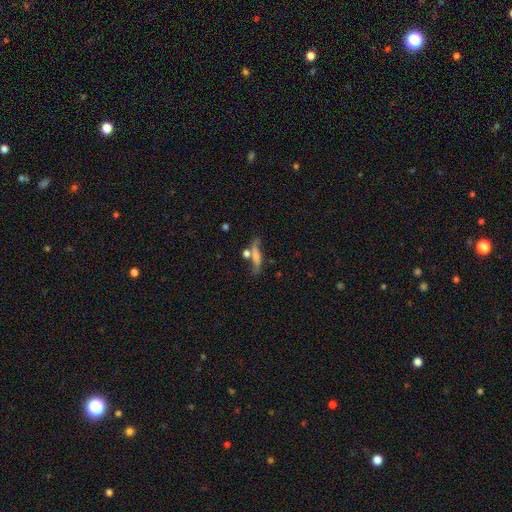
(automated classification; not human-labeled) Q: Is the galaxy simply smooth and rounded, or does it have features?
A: featured or disk — 55%.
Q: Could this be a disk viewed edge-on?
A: yes — 68%.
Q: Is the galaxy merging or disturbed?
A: none — 56%.